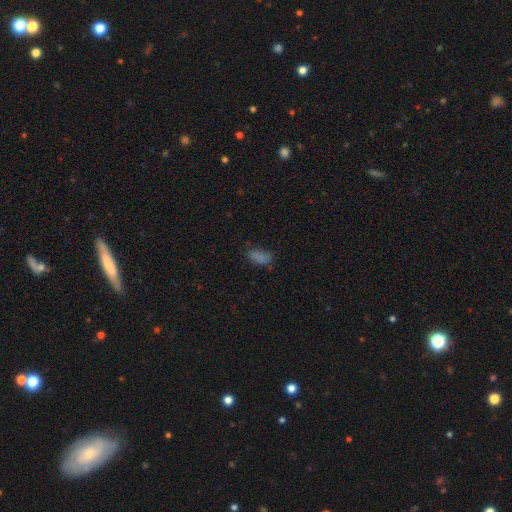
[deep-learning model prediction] Smooth or featured: smooth — 75% (star or artifact — 17%)
How rounded: in between — 85% (cigar-shaped — 10%)
Merging: none — 68% (minor disturbance — 21%)